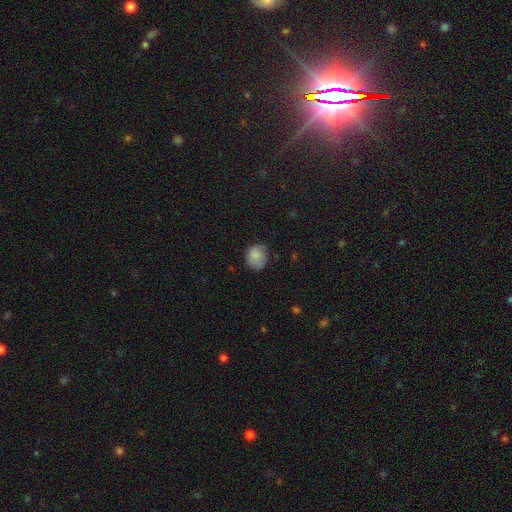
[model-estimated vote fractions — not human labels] The model was most divided on "how rounded": round: 64%, in between: 36%, cigar-shaped: 1%. More confident: smooth or featured — smooth (81%); merging — none (62%).